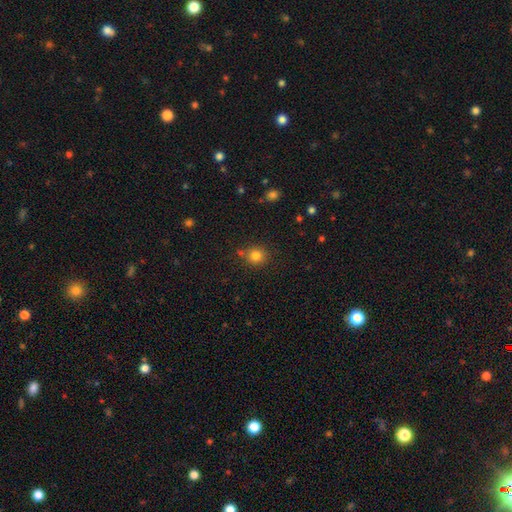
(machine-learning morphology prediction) smooth 82%, star or artifact 13%, featured or disk 5%. Down the decision tree: how rounded — round (87%); merging — none (78%).